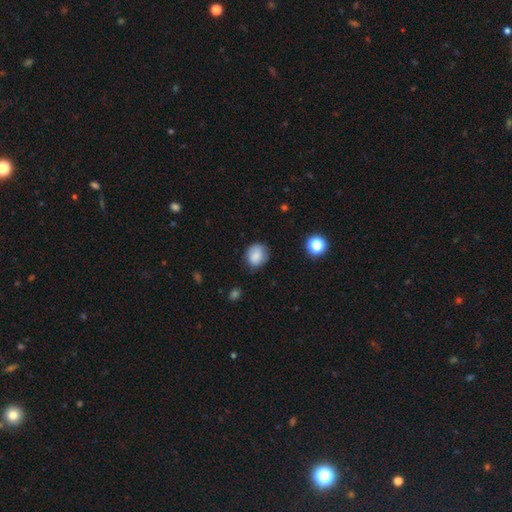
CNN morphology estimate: A smooth galaxy with no disk features (83%) that is round (65%).

Vote fractions:
- Smooth or featured? smooth: 83% / star or artifact: 9% / featured or disk: 8%
- How rounded? round: 65% / in between: 34% / cigar-shaped: 1%
- Merging? none: 67% / minor disturbance: 25% / major disturbance: 6% / merger: 2%